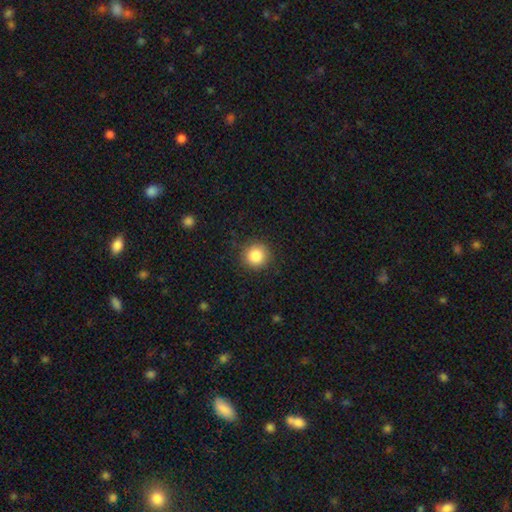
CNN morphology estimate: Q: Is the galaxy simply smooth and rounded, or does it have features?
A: smooth — 85%.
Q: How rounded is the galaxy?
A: round — 94%.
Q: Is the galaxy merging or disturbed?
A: none — 89%.